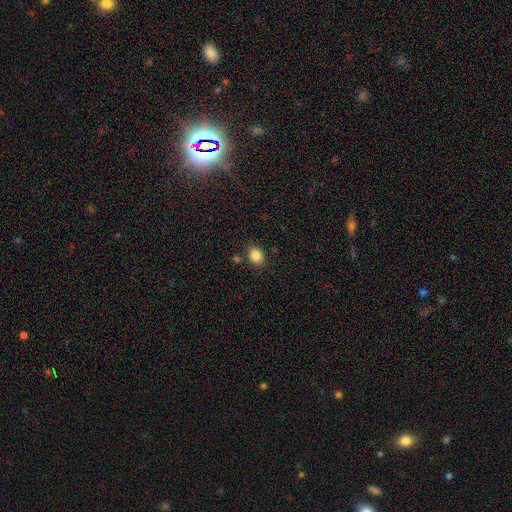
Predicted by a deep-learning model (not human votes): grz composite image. It shows a smooth galaxy with no disk features (85%) that is in between round and cigar-shaped (51%). Merging: none (82%).